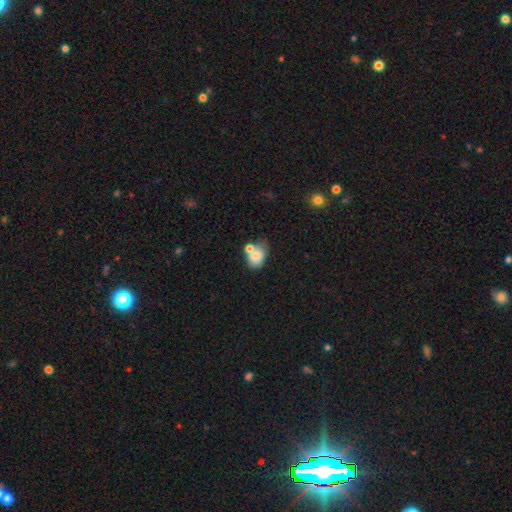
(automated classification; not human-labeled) Smooth or featured? Predicted: smooth (p=0.77). How rounded? Predicted: in between (p=0.65). Merging? Predicted: none (p=0.38).